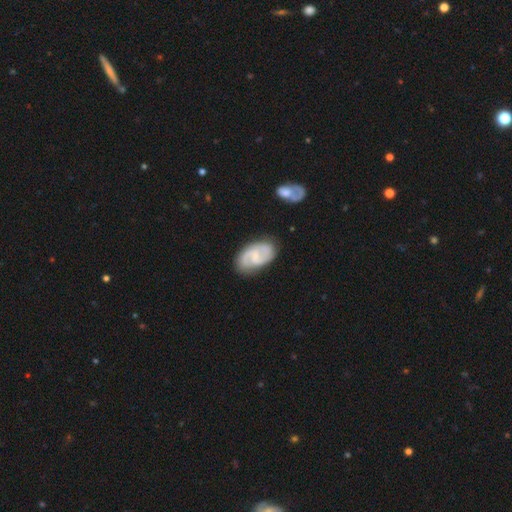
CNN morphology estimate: Smooth or featured? Predicted: featured or disk (p=0.78). Edge-on disk? Predicted: no (p=0.97). Bar? Predicted: weak (p=0.56). Spiral arms? Predicted: yes (p=0.95). Spiral winding? Predicted: medium (p=0.50). Spiral arm count? Predicted: 2 (p=0.85). Bulge size? Predicted: small (p=0.58). Merging? Predicted: none (p=0.76).